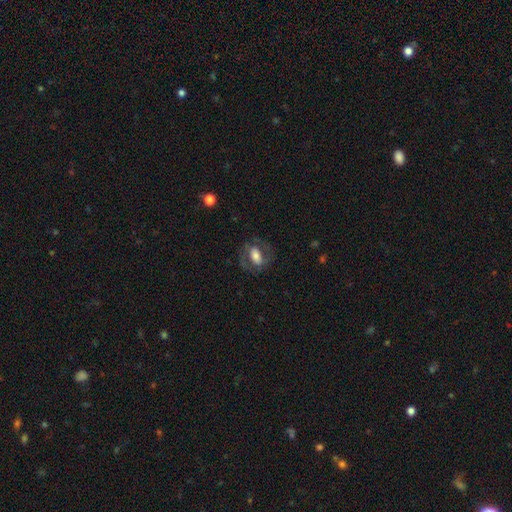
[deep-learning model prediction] smooth_or_featured: smooth (p=0.49) [alt: featured or disk p=0.44]
merging: none (p=0.68) [alt: minor disturbance p=0.16]